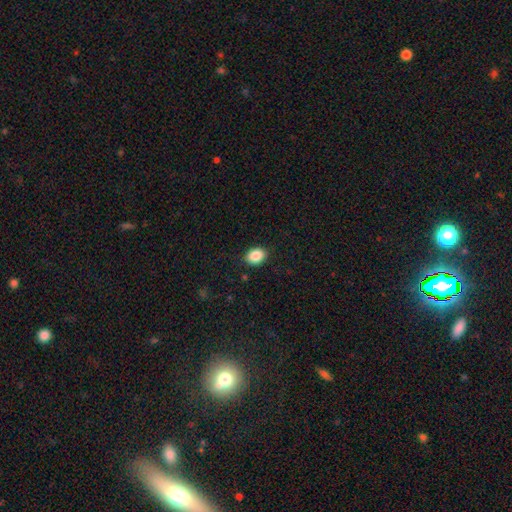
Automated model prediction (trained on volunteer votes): Q: Smooth or featured?
A: smooth (88%); runner-up: star or artifact (8%)
Q: How rounded?
A: in between (70%); runner-up: round (29%)
Q: Merging?
A: none (88%); runner-up: minor disturbance (9%)